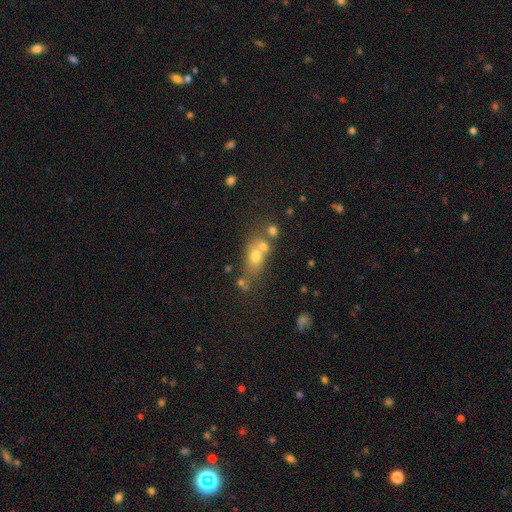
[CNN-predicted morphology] Smooth or featured? Predicted: smooth (p=0.63). How rounded? Predicted: in between (p=0.57). Merging? Predicted: merger (p=0.43).